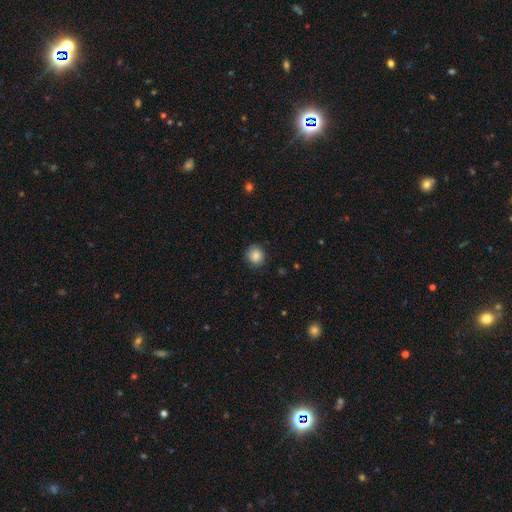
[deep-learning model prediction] Smooth or featured?
  - smooth: 86% *
  - star or artifact: 9%
  - featured or disk: 5%
How rounded?
  - round: 86% *
  - in between: 14%
  - cigar-shaped: 1%
Merging?
  - none: 84% *
  - minor disturbance: 13%
  - major disturbance: 3%
  - merger: 1%